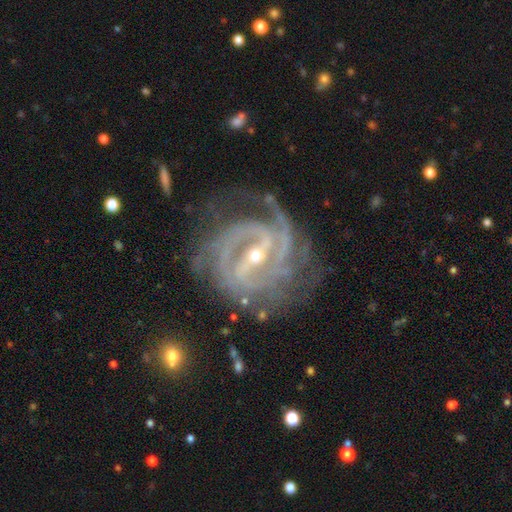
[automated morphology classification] A featured or disk galaxy (93%) with a strong bar (58%), 3 (29%) tight (55%) spiral arms (98%) and a small central bulge (72%).

Vote fractions:
- Smooth or featured? featured or disk: 93% / star or artifact: 5% / smooth: 3%
- Edge-on disk? no: 97% / yes: 3%
- Bar? strong: 58% / weak: 30% / no: 12%
- Spiral arms? yes: 98% / no: 2%
- Spiral winding? tight: 55% / medium: 39% / loose: 6%
- Spiral arm count? 3: 29% / 2: 28% / 4: 16% / can't tell: 13% / more than 4: 7% / 1: 6%
- Bulge size? small: 72% / moderate: 25% / large: 1% / none: 1% / dominant: 1%
- Merging? none: 64% / minor disturbance: 20% / major disturbance: 14% / merger: 2%